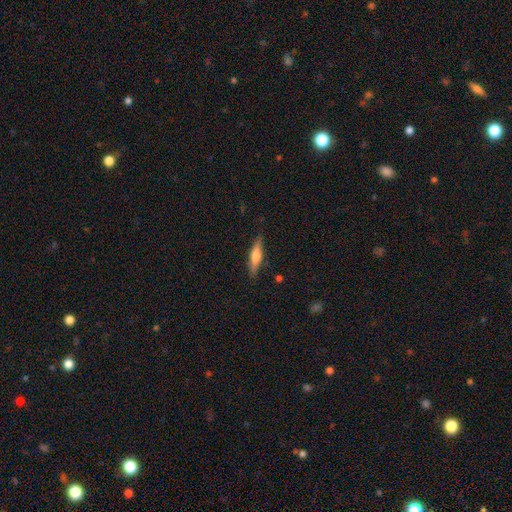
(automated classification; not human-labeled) Morphology: type=smooth (56%); roundness=cigar-shaped (76%); merging=none (85%).